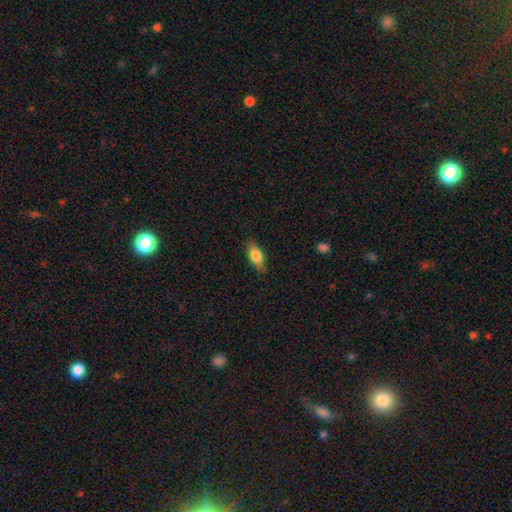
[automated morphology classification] Overall: smooth (75%). How rounded: in between (80%). Merging: none (80%).